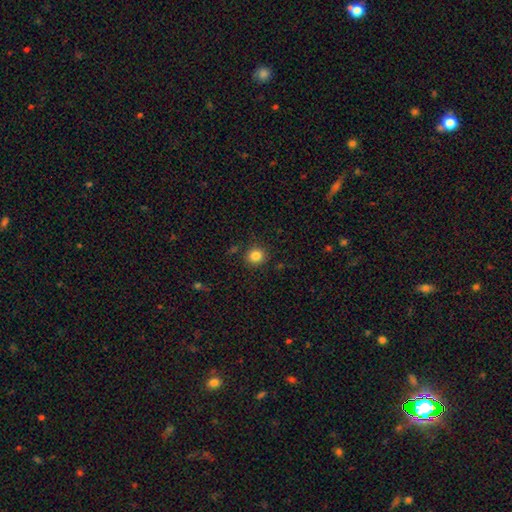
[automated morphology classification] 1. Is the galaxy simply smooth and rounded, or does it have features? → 84% smooth, 11% star or artifact, 5% featured or disk.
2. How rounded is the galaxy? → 87% round, 12% in between, 1% cigar-shaped.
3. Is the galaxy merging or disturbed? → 88% none, 8% minor disturbance, 2% major disturbance, 2% merger.